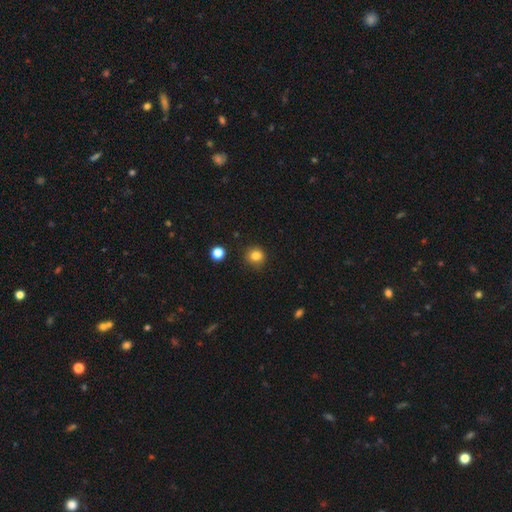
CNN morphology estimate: Smooth or featured? smooth (83%)
How rounded? round (89%)
Merging? none (88%)